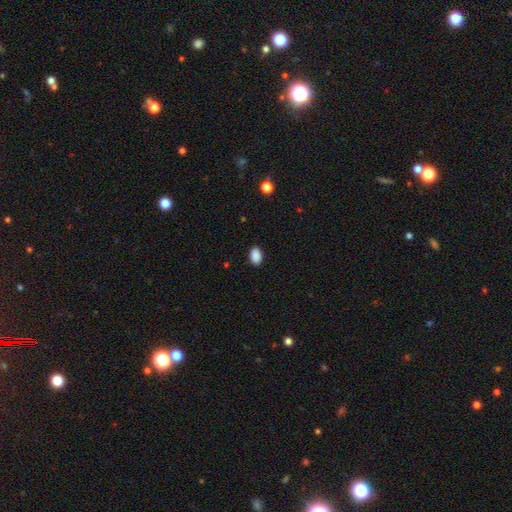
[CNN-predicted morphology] A smooth galaxy with no disk features (90%) that is in between round and cigar-shaped (87%).

Vote fractions:
- Smooth or featured? smooth: 90% / star or artifact: 8% / featured or disk: 3%
- How rounded? in between: 87% / round: 12% / cigar-shaped: 1%
- Merging? none: 88% / minor disturbance: 9% / major disturbance: 2% / merger: 1%